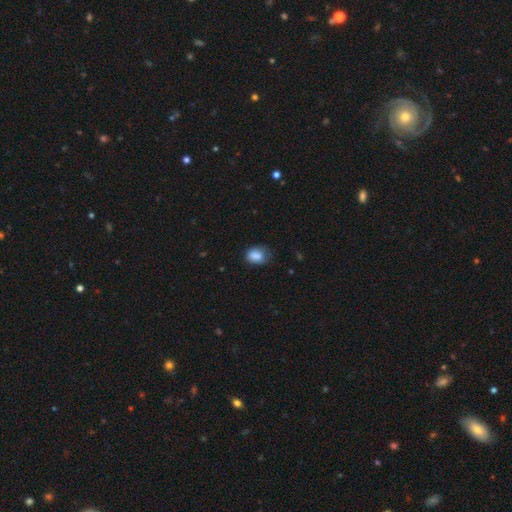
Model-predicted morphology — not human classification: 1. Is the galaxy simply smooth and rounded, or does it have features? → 83% smooth, 9% featured or disk, 8% star or artifact.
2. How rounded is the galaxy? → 70% in between, 29% round, 1% cigar-shaped.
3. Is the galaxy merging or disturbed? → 53% none, 34% minor disturbance, 12% major disturbance, 2% merger.